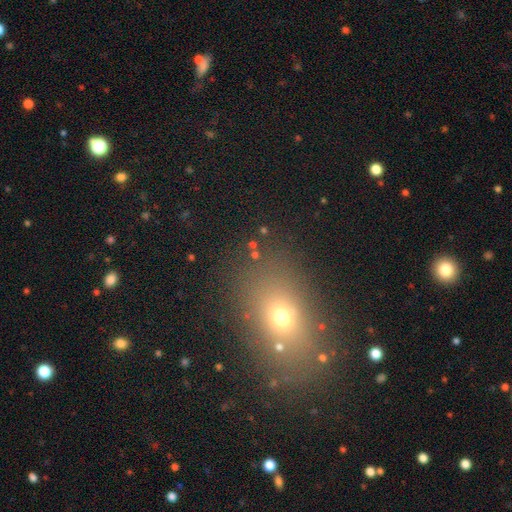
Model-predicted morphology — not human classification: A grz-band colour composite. It shows a smooth galaxy with no disk features (56%) that is in between round and cigar-shaped (57%). Merging: none (76%).